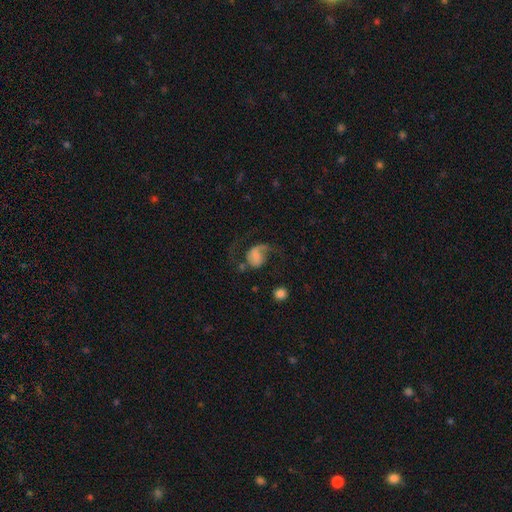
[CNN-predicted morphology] Smooth or featured? Predicted: featured or disk (p=0.57). Edge-on disk? Predicted: no (p=0.98). Bar? Predicted: no (p=0.59). Spiral arms? Predicted: yes (p=0.87). Bulge size? Predicted: none (p=0.41). Merging? Predicted: none (p=0.39).